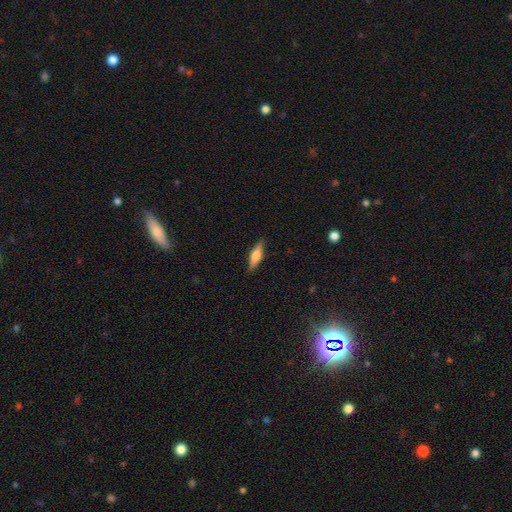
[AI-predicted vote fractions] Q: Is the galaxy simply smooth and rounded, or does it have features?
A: smooth — 52%.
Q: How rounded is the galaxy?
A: cigar-shaped — 67%.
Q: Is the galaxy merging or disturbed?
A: none — 89%.